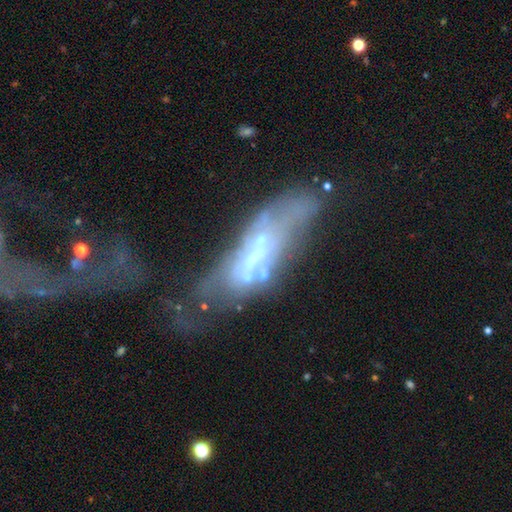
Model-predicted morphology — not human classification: Smooth or featured? Predicted: featured or disk (p=0.63). Edge-on disk? Predicted: no (p=0.72). Merging? Predicted: major disturbance (p=0.37).